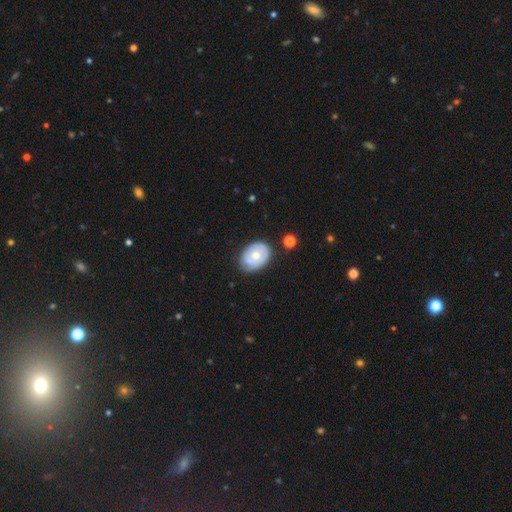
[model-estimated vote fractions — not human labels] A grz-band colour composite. It shows a featured or disk galaxy (51%). Merging: none (64%).